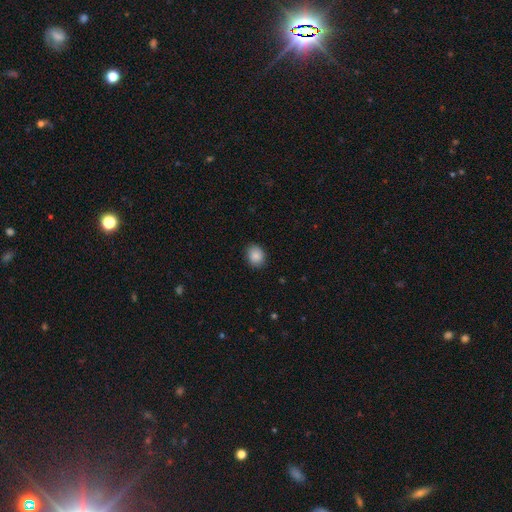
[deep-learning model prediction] smooth-or-featured: smooth: 88% | star or artifact: 9% | featured or disk: 4%
  how-rounded: round: 54% | in between: 45% | cigar-shaped: 1%
  merging: none: 87% | minor disturbance: 10% | major disturbance: 2% | merger: 1%